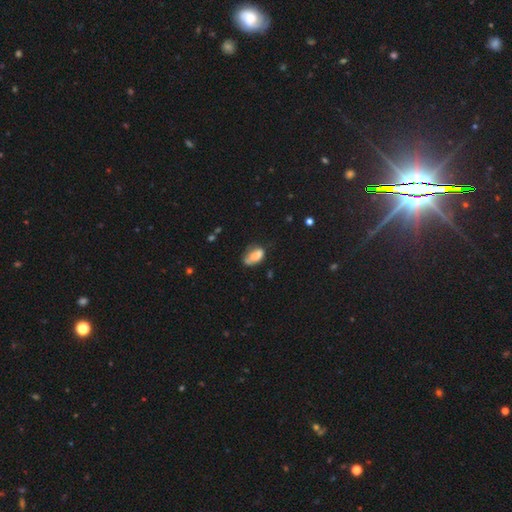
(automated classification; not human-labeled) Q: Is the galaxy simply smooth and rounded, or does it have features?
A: smooth — 71%.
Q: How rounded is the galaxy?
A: in between — 88%.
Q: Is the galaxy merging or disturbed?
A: none — 41%.